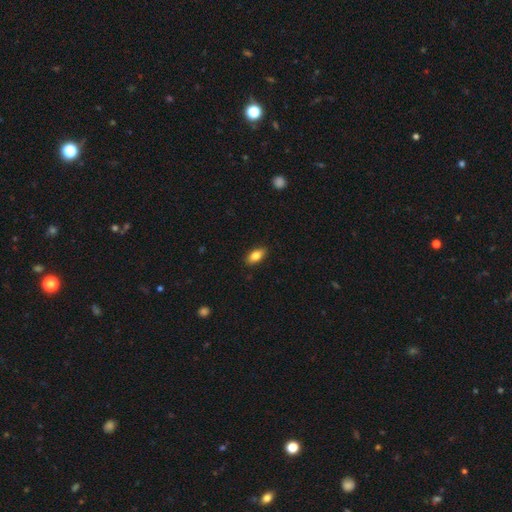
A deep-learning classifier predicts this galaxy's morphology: Smooth or featured: smooth — 81% (featured or disk — 11%)
How rounded: in between — 88% (cigar-shaped — 7%)
Merging: none — 89% (minor disturbance — 9%)